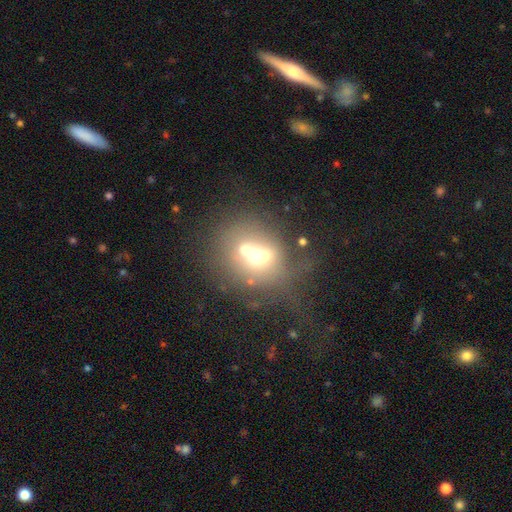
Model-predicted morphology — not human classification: This appears to be a smooth galaxy with no disk features (45%). Merging: merger (56%).